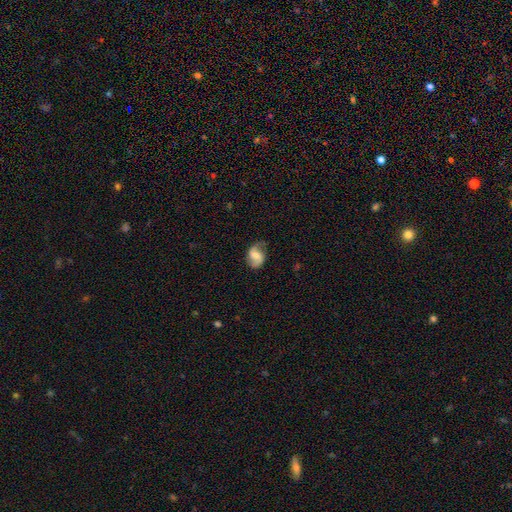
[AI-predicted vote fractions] A featured or disk galaxy (62%) with a weak bar (45%), 2 (85%) loose (51%) spiral arms (92%) and a moderate central bulge (43%). Merging: none (66%).